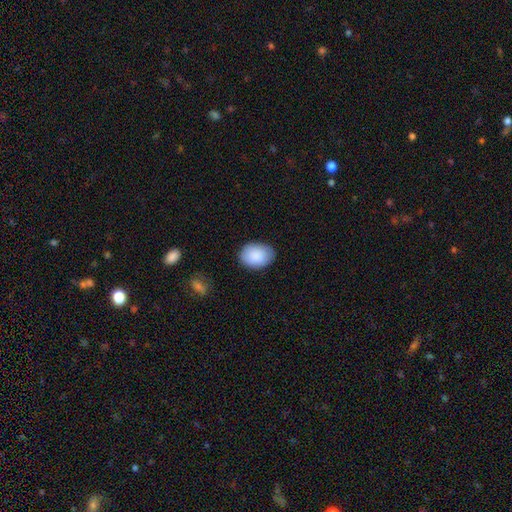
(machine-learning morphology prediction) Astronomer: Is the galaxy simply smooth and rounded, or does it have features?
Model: smooth — 89%.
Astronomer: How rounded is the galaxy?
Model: in between — 77%.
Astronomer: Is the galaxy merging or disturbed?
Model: none — 82%.